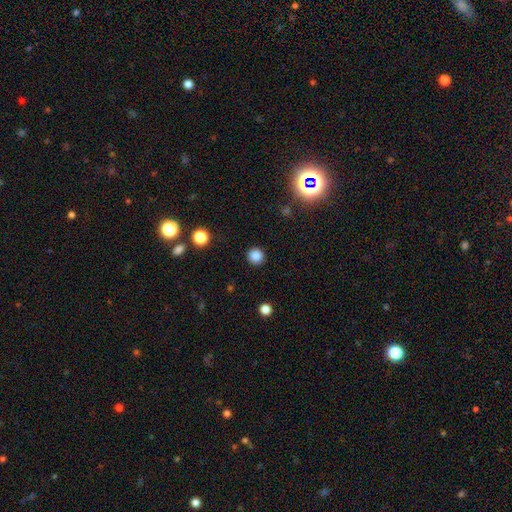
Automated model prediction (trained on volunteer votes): Smooth or featured?
  - smooth: 84% *
  - star or artifact: 12%
  - featured or disk: 3%
How rounded?
  - round: 94% *
  - in between: 5%
  - cigar-shaped: 1%
Merging?
  - none: 92% *
  - minor disturbance: 5%
  - major disturbance: 2%
  - merger: 1%